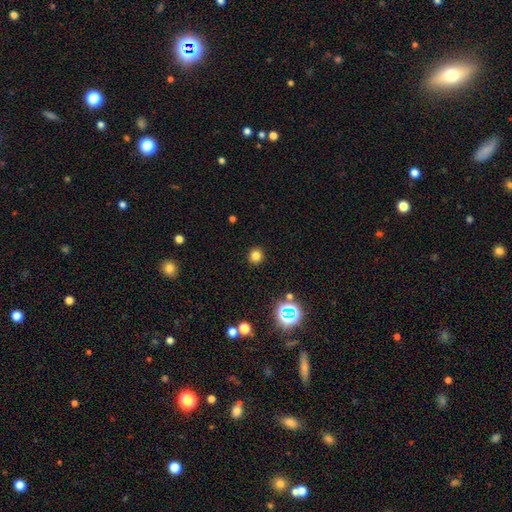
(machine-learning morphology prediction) smooth_or_featured: smooth (p=0.78) [alt: star or artifact p=0.17]
how_rounded: round (p=0.91) [alt: in between p=0.08]
merging: none (p=0.91) [alt: minor disturbance p=0.05]